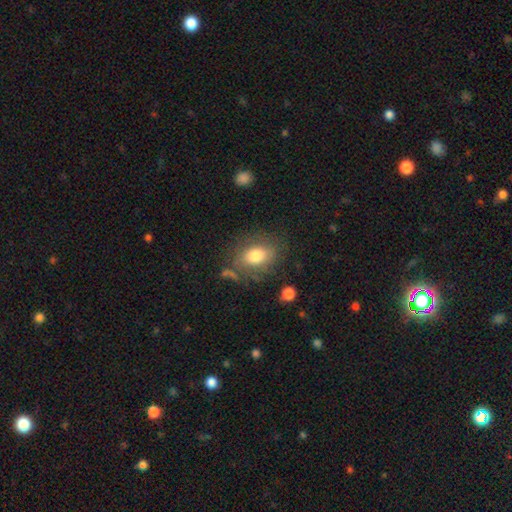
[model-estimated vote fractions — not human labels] A smooth galaxy with no disk features (74%) that is in between round and cigar-shaped (69%). Merging: none (69%).